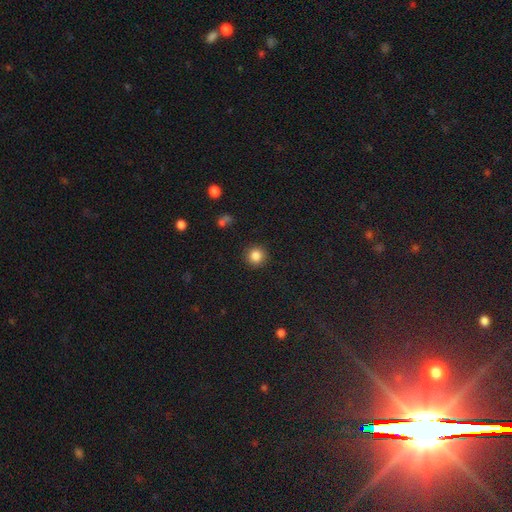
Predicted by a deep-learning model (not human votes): This appears to be a smooth galaxy with no disk features (85%) that is round (93%). Merging: none (90%).